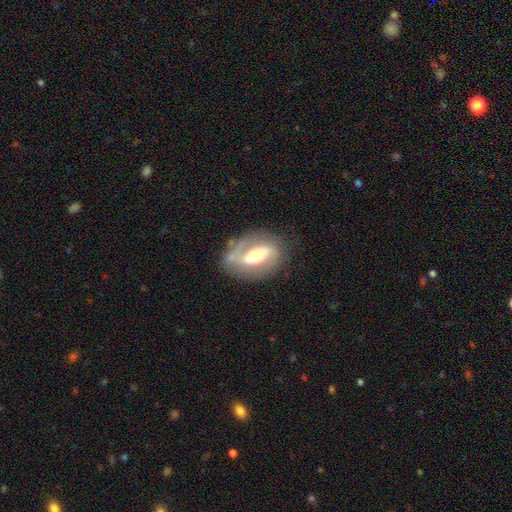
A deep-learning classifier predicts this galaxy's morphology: type=featured or disk (70%); edge-on=no (92%); bar=strong (46%); spiral arms=yes (69%); bulge=moderate (63%); merging=none (66%).